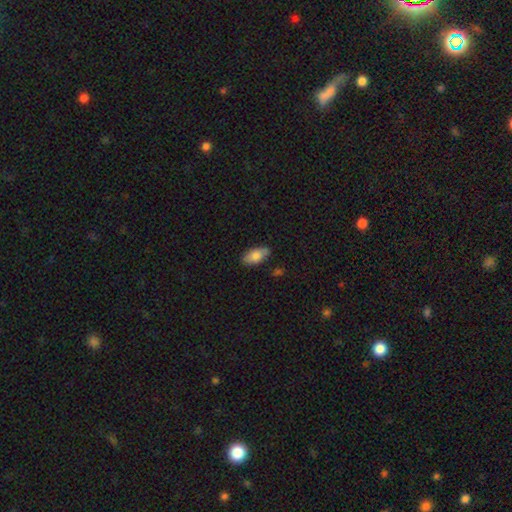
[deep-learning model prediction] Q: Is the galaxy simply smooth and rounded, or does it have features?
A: smooth — 78%.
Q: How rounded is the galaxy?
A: in between — 91%.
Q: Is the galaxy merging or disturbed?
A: none — 79%.